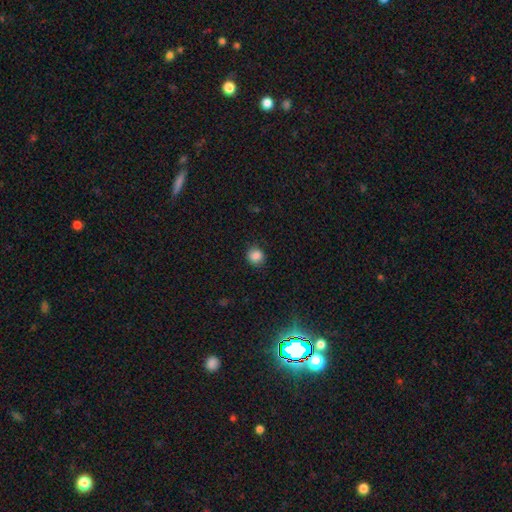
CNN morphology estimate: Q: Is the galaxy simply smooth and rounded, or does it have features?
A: smooth — 86%.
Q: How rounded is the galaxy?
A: round — 89%.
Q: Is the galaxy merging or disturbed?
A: none — 88%.